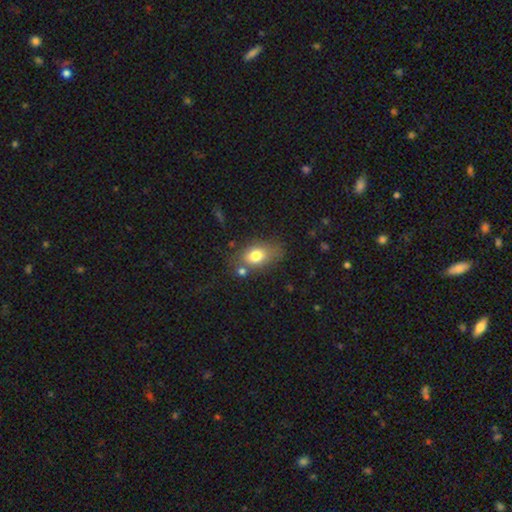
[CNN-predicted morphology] Overall: smooth (76%). How rounded: in between (79%). Merging: none (62%).